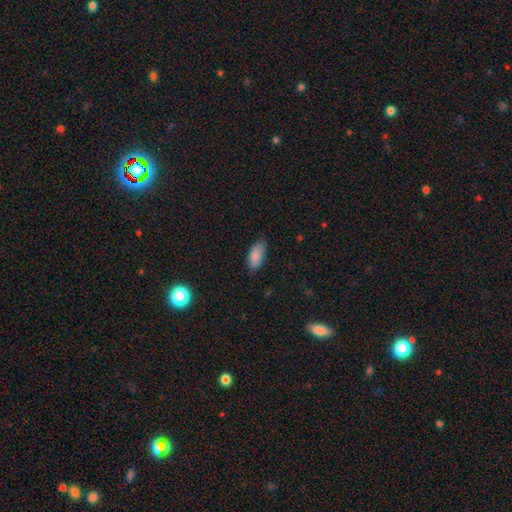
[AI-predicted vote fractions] This appears to be a smooth galaxy with no disk features (86%) that is in between round and cigar-shaped (89%). Merging: none (75%).